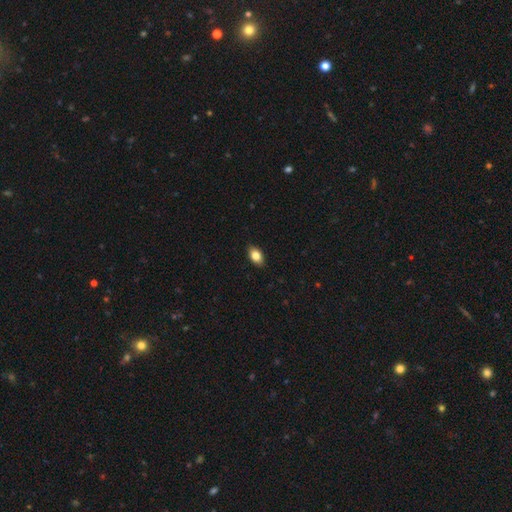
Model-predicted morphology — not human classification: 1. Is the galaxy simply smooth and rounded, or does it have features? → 83% smooth, 10% featured or disk, 8% star or artifact.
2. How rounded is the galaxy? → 88% in between, 9% round, 2% cigar-shaped.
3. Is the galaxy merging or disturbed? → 89% none, 8% minor disturbance, 2% major disturbance, 1% merger.